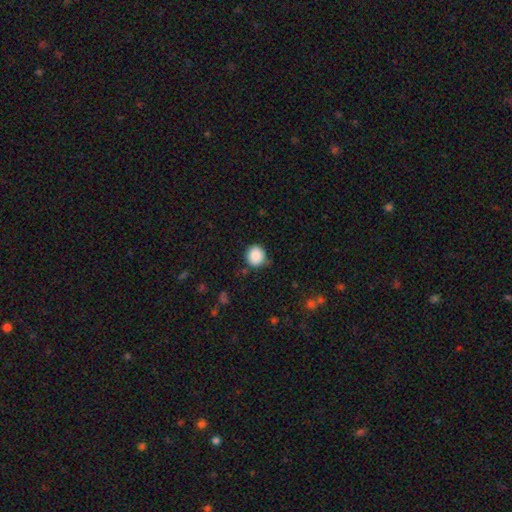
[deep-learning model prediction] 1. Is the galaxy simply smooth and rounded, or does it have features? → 88% smooth, 9% star or artifact, 4% featured or disk.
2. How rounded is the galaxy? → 88% round, 11% in between, 1% cigar-shaped.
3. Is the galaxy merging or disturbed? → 81% none, 14% minor disturbance, 3% major disturbance, 2% merger.